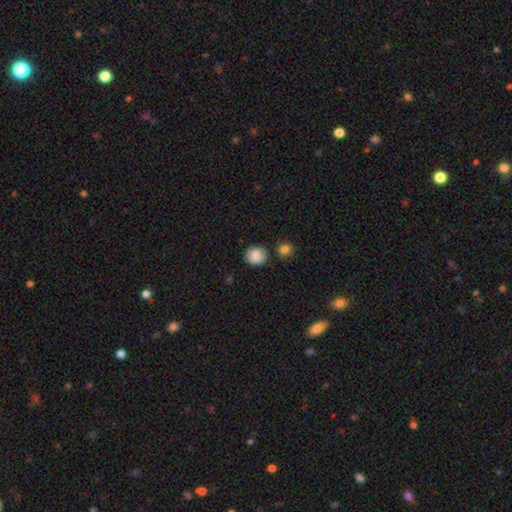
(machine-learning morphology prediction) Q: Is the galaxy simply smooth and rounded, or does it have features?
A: smooth — 87%.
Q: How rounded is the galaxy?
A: round — 80%.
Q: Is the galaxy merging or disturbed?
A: none — 79%.